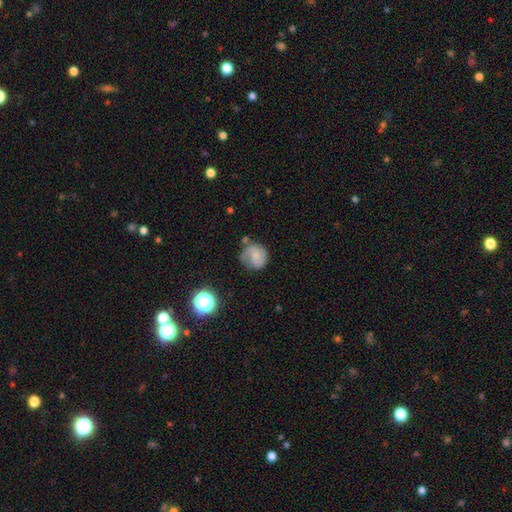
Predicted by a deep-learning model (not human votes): The model was most divided on "smooth or featured" (2-way tie): featured or disk: 45%, smooth: 45%, star or artifact: 10%. More confident: merging — none (53%).